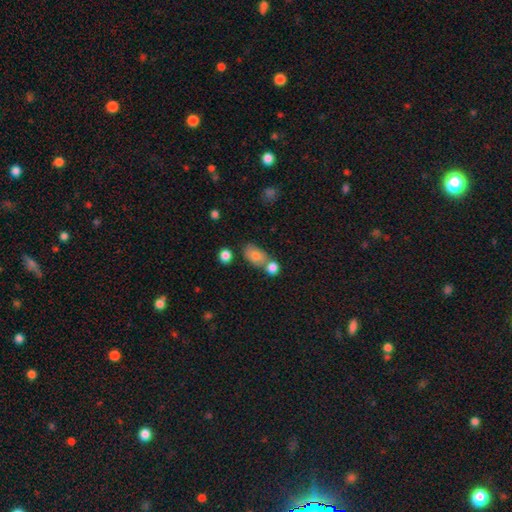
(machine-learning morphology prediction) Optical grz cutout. It shows a smooth galaxy with no disk features (78%) that is in between round and cigar-shaped (80%). Merging: none (47%).